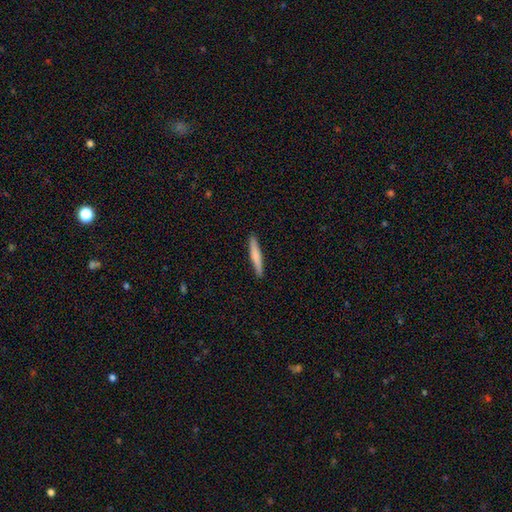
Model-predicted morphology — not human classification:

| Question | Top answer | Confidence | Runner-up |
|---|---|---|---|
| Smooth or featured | smooth | 72% | featured or disk (23%) |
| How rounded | cigar-shaped | 94% | in between (5%) |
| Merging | none | 90% | minor disturbance (7%) |